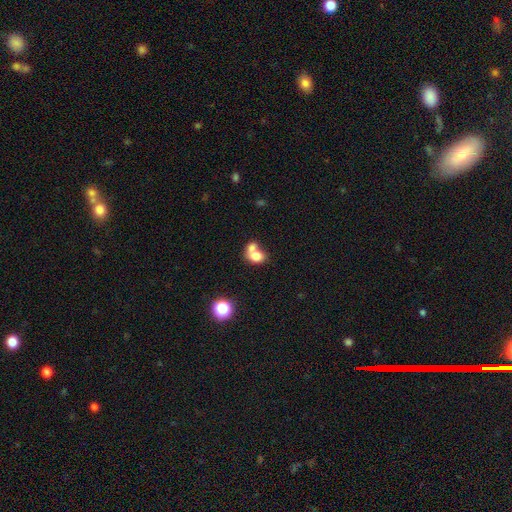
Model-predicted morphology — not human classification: Smooth or featured? smooth (73%)
How rounded? in between (54%)
Merging? merger (65%)